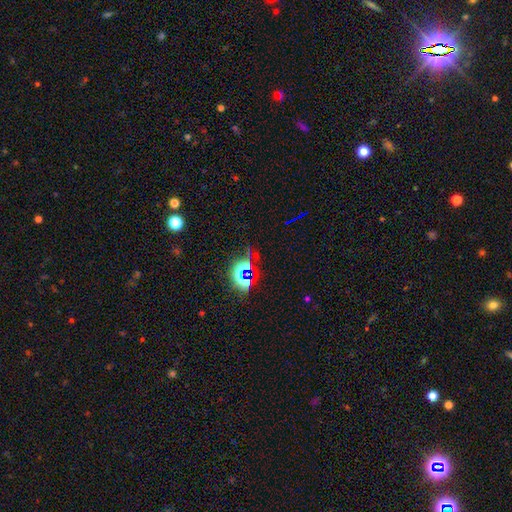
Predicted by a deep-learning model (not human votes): smooth_or_featured: star or artifact (p=0.68) [alt: smooth p=0.22]